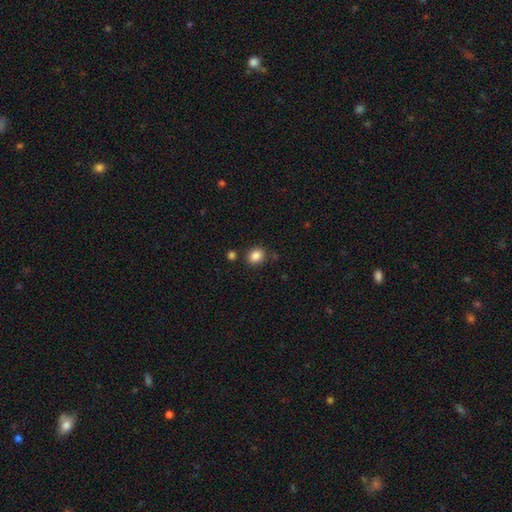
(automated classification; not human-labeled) Smooth or featured? smooth (86%)
How rounded? round (53%)
Merging? none (81%)